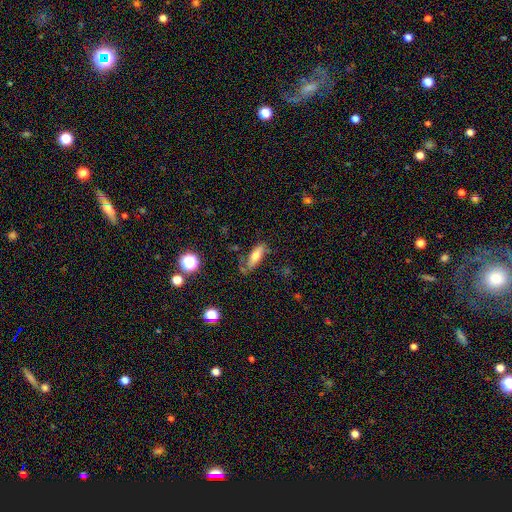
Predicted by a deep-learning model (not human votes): The model was most divided on "how rounded": in between: 56%, cigar-shaped: 41%, round: 3%. More confident: smooth or featured — smooth (60%); merging — none (60%).